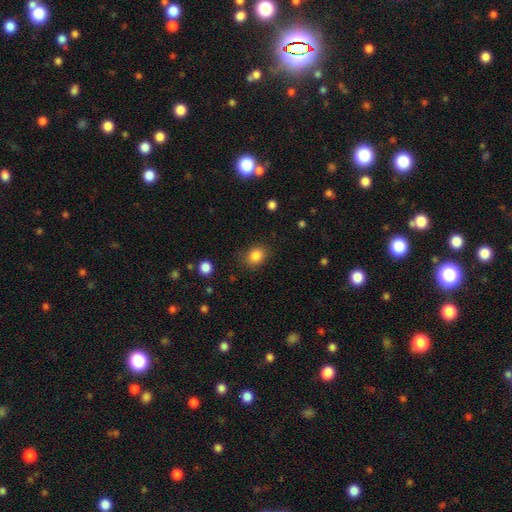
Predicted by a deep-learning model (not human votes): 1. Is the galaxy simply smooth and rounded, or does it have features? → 84% smooth, 10% star or artifact, 5% featured or disk.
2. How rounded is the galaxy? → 57% round, 43% in between, 1% cigar-shaped.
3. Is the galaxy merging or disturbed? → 81% none, 14% minor disturbance, 4% major disturbance, 2% merger.